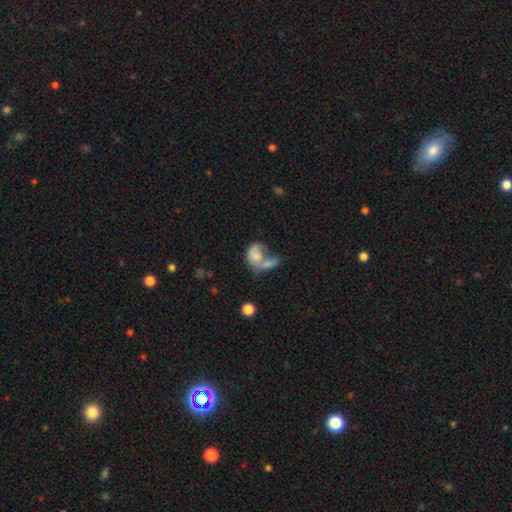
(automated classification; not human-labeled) This appears to be a smooth galaxy with no disk features (68%) that is in between round and cigar-shaped (69%). Merging: merger (59%).